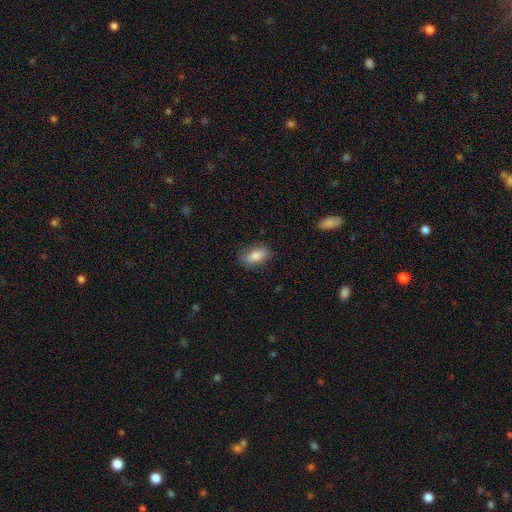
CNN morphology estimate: Smooth or featured?
  - smooth: 82% *
  - featured or disk: 10%
  - star or artifact: 8%
How rounded?
  - in between: 89% *
  - round: 6%
  - cigar-shaped: 5%
Merging?
  - none: 77% *
  - minor disturbance: 17%
  - major disturbance: 4%
  - merger: 1%